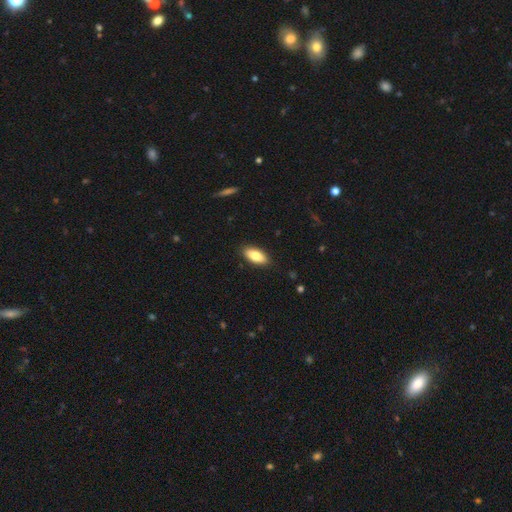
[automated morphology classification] The model was most divided on "smooth or featured": smooth: 80%, featured or disk: 13%, star or artifact: 6%. More confident: merging — none (88%); how rounded — in between (87%).